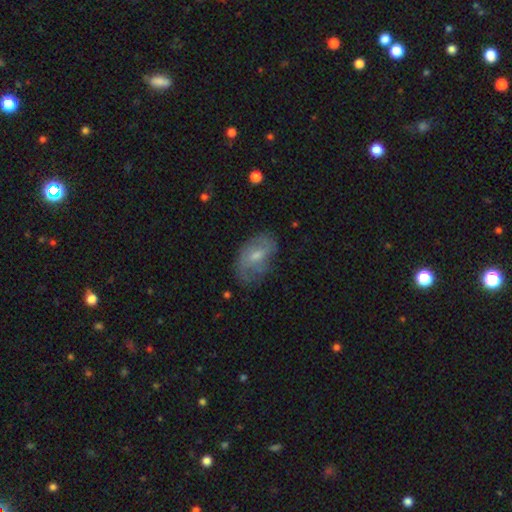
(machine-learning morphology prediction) Smooth or featured? Predicted: featured or disk (p=0.52). Edge-on disk? Predicted: no (p=0.94). Merging? Predicted: none (p=0.58).